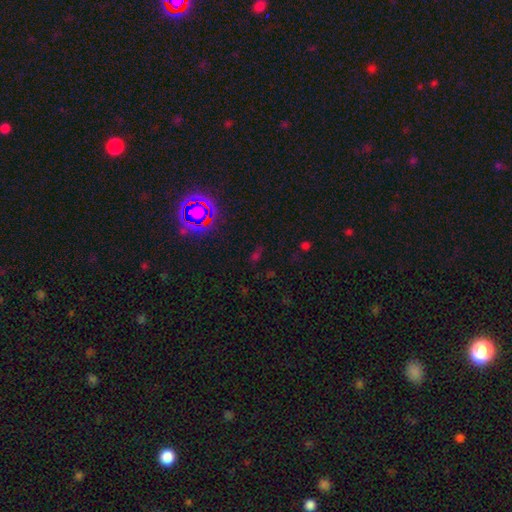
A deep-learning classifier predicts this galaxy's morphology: star or artifact 60%, smooth 31%, featured or disk 9%.